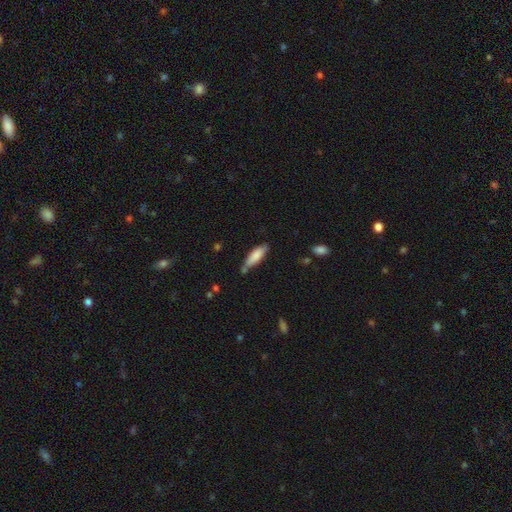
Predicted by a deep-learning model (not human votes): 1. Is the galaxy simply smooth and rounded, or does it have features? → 81% smooth, 13% featured or disk, 6% star or artifact.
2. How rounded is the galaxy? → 54% cigar-shaped, 45% in between, 1% round.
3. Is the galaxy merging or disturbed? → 60% none, 28% minor disturbance, 8% merger, 5% major disturbance.